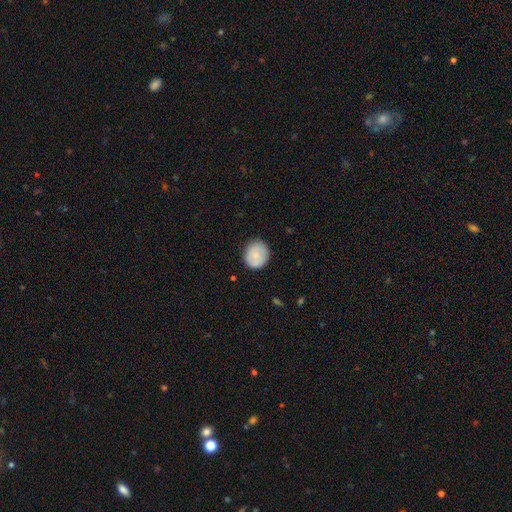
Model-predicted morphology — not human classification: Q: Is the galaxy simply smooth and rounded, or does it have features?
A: smooth — 79%.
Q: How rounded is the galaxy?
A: round — 81%.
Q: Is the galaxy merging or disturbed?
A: none — 85%.